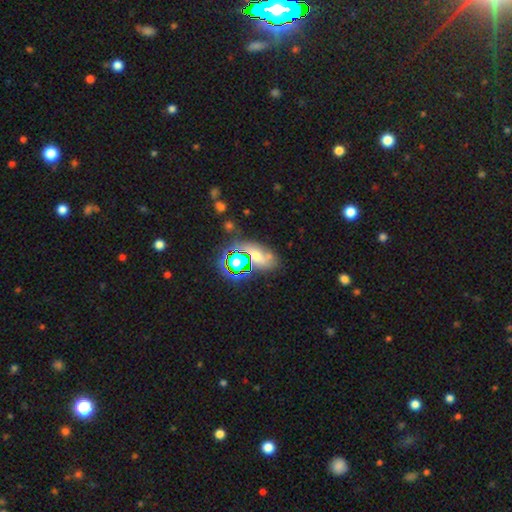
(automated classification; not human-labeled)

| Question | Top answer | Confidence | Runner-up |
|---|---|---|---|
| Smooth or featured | star or artifact | 49% | smooth (32%) |